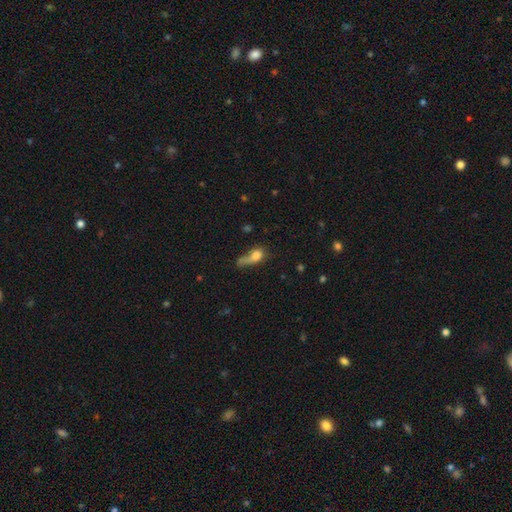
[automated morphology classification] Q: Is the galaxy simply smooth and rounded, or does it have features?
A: smooth — 71%.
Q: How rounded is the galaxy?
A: in between — 58%.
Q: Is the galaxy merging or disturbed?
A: major disturbance — 36%.